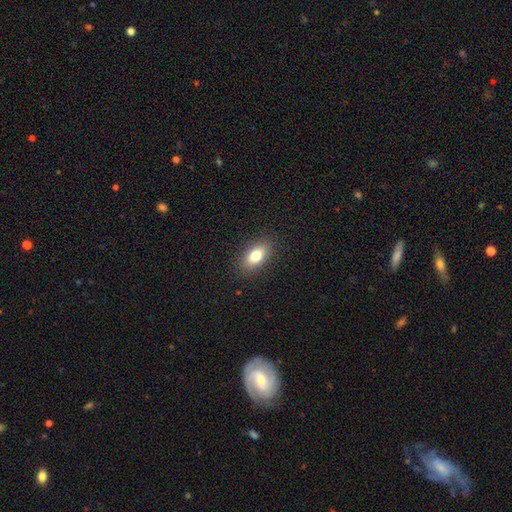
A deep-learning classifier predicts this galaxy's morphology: The model was most divided on "smooth or featured": smooth: 79%, featured or disk: 12%, star or artifact: 9%. More confident: merging — none (88%); how rounded — in between (87%).